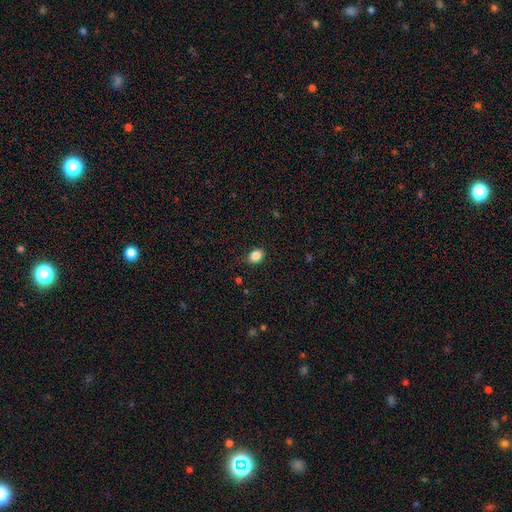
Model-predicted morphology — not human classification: Smooth or featured: smooth — 85% (star or artifact — 10%)
How rounded: in between — 66% (round — 33%)
Merging: none — 85% (minor disturbance — 12%)